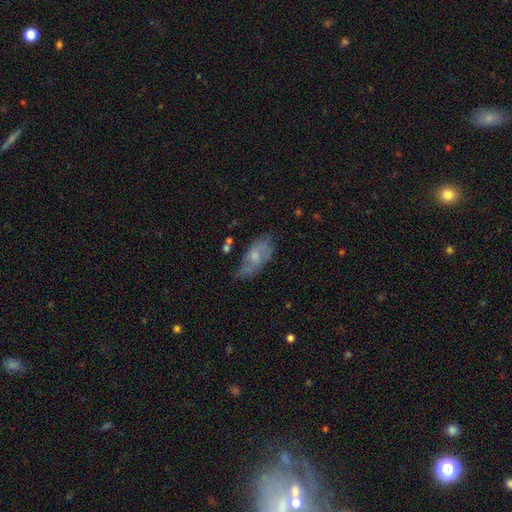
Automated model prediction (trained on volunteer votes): Q: Smooth or featured?
A: smooth (52%); runner-up: featured or disk (40%)
Q: How rounded?
A: in between (86%); runner-up: cigar-shaped (10%)
Q: Merging?
A: none (49%); runner-up: minor disturbance (32%)